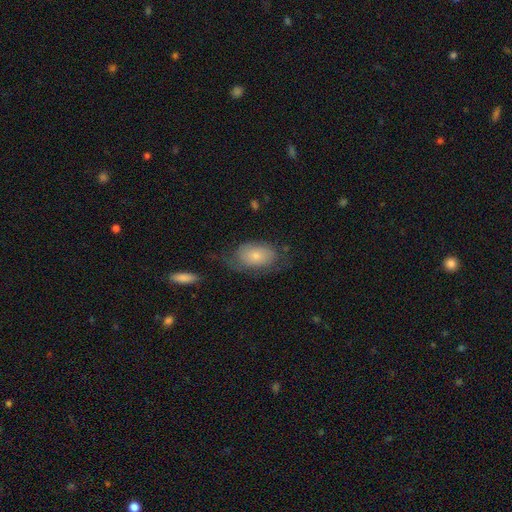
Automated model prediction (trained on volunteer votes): smooth 61%, featured or disk 32%, star or artifact 7%. Down the decision tree: how rounded — in between (89%); merging — none (49%).